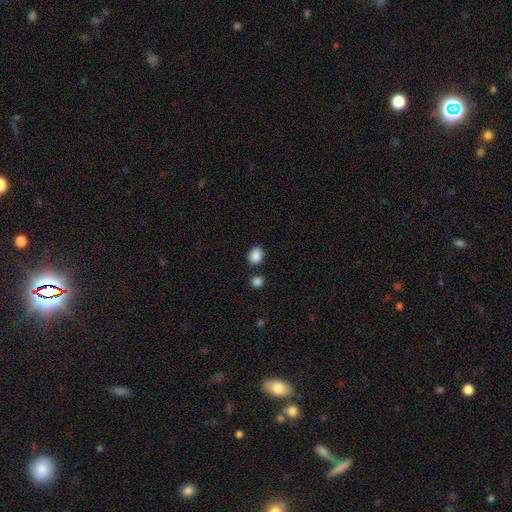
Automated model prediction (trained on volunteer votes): Smooth or featured? smooth (87%)
How rounded? round (51%)
Merging? none (78%)